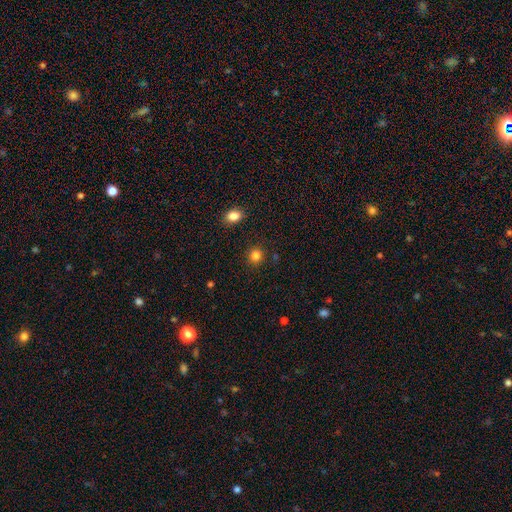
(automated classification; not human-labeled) Smooth or featured: smooth — 84% (star or artifact — 12%)
How rounded: round — 87% (in between — 12%)
Merging: none — 89% (minor disturbance — 7%)